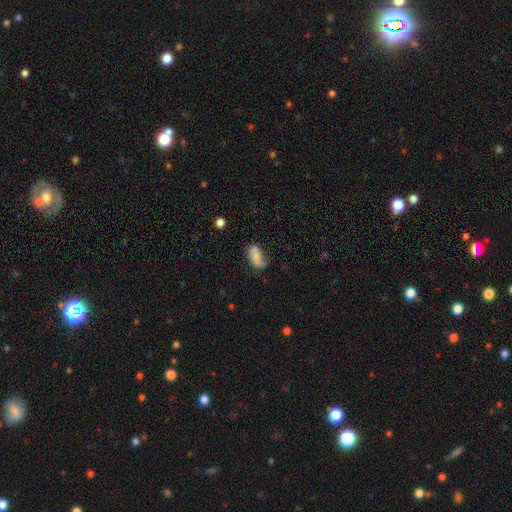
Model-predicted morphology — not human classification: This is likely a smooth galaxy (63%). How rounded: clearly in between (91%). Merging: marginally none (41%).